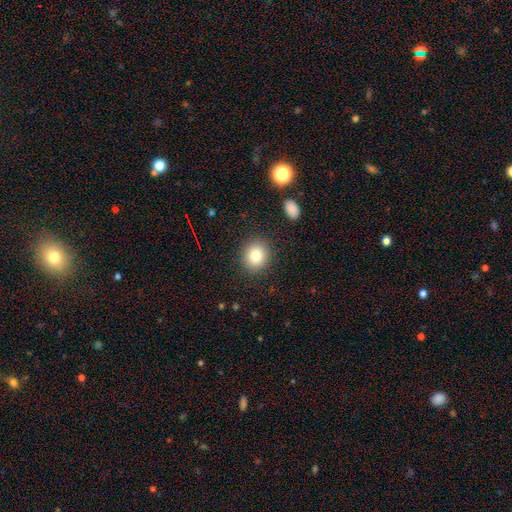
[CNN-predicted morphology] smooth-or-featured: smooth: 80% | star or artifact: 11% | featured or disk: 9%
  how-rounded: round: 76% | in between: 23% | cigar-shaped: 1%
  merging: none: 89% | minor disturbance: 7% | major disturbance: 3% | merger: 1%